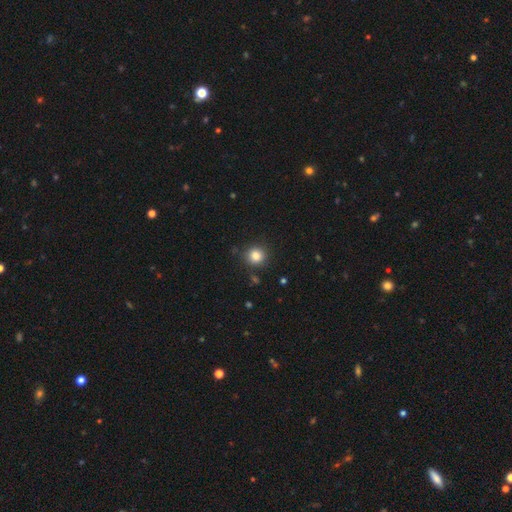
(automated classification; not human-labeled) smooth 83%, star or artifact 12%, featured or disk 5%. Down the decision tree: how rounded — round (92%); merging — none (87%).